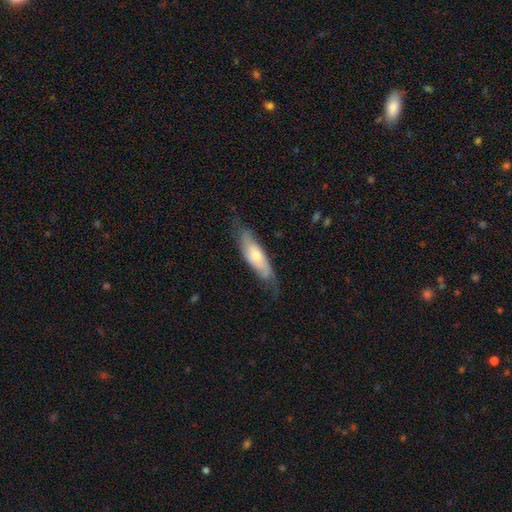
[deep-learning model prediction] Morphology: type=featured or disk (52%); edge-on=no (68%); merging=none (62%).